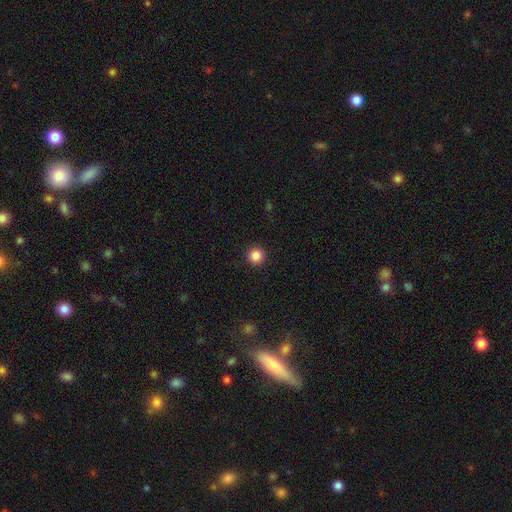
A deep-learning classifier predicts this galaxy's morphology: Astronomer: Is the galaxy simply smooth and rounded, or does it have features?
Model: smooth — 86%.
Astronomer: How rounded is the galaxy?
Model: round — 96%.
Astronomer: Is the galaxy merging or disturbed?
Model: none — 93%.